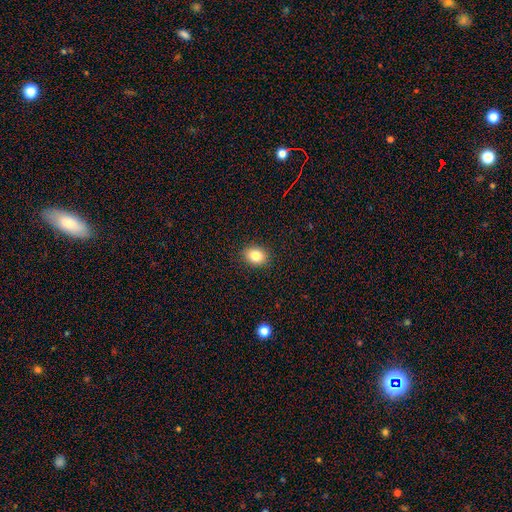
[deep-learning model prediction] Q: Smooth or featured?
A: smooth (83%); runner-up: star or artifact (10%)
Q: How rounded?
A: in between (51%); runner-up: round (48%)
Q: Merging?
A: none (90%); runner-up: minor disturbance (7%)